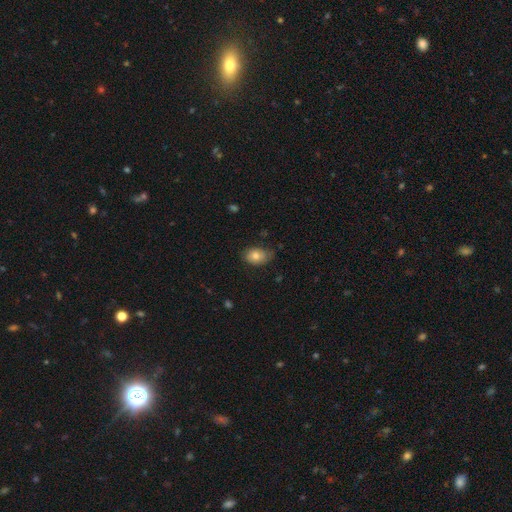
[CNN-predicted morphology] Q: Smooth or featured?
A: smooth (79%); runner-up: featured or disk (13%)
Q: How rounded?
A: in between (78%); runner-up: round (21%)
Q: Merging?
A: none (68%); runner-up: minor disturbance (26%)